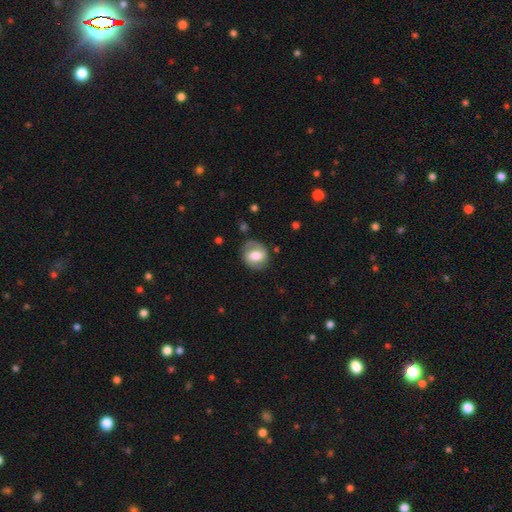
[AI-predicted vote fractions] smooth 51%, featured or disk 42%, star or artifact 7%. Down the decision tree: how rounded — round (60%); merging — none (73%).